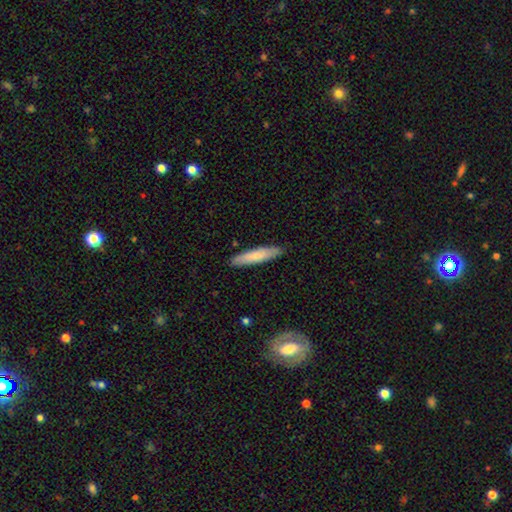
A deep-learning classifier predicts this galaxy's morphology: This is likely a smooth galaxy (73%). How rounded: clearly cigar-shaped (85%). Merging: clearly none (89%).